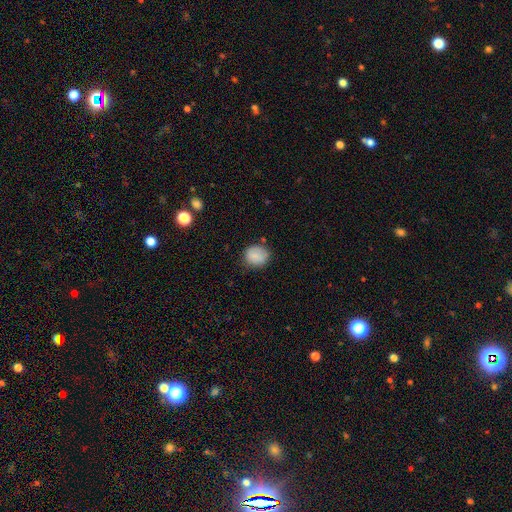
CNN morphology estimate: The model was most divided on "how rounded": round: 74%, in between: 25%, cigar-shaped: 1%. More confident: smooth or featured — smooth (85%); merging — none (75%).